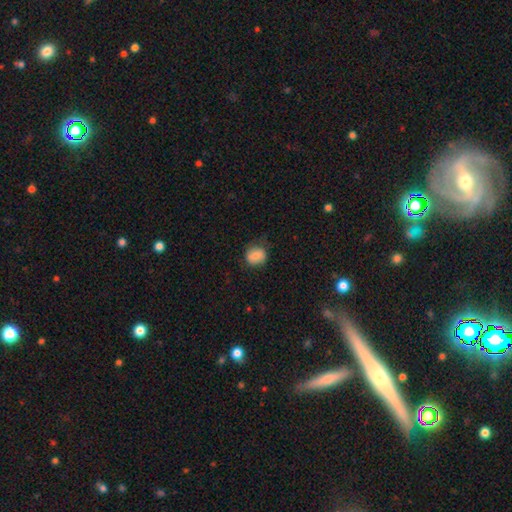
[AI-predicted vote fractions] Q: Smooth or featured?
A: smooth (77%); runner-up: featured or disk (15%)
Q: How rounded?
A: round (73%); runner-up: in between (26%)
Q: Merging?
A: none (66%); runner-up: minor disturbance (25%)